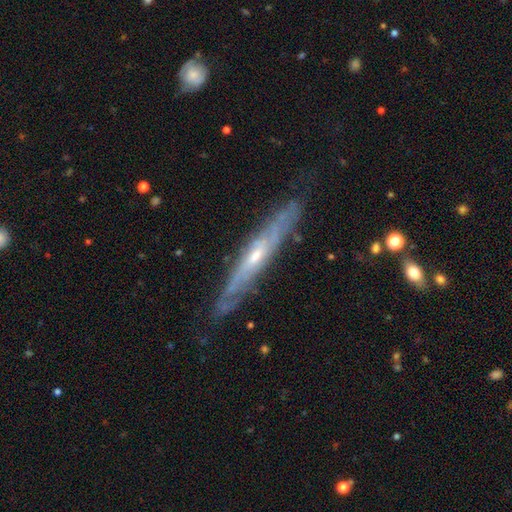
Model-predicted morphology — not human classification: This is likely a featured or disk galaxy (77%). It is likely viewed edge-on (74%). Edge-on bulge: likely rounded (63%). Merging: likely none (79%).